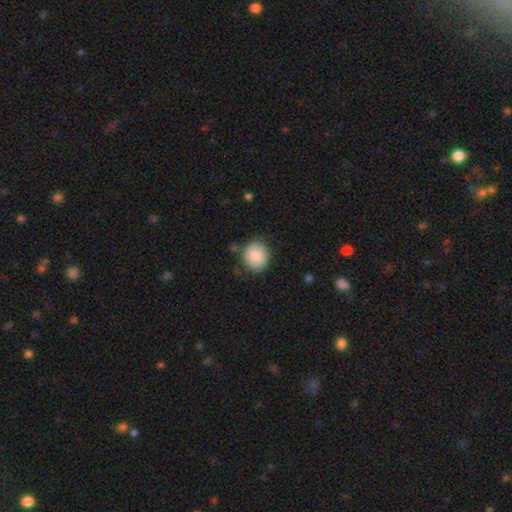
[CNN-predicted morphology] type=smooth (84%); roundness=round (84%); merging=none (84%).